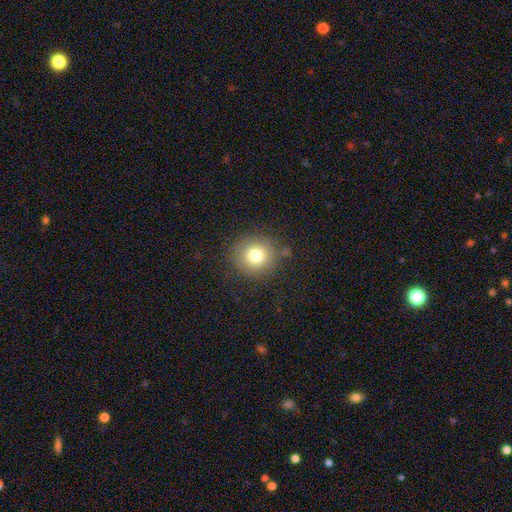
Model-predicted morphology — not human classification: smooth-or-featured: smooth: 77% | star or artifact: 13% | featured or disk: 10%
  how-rounded: round: 92% | in between: 7% | cigar-shaped: 1%
  merging: none: 84% | minor disturbance: 10% | major disturbance: 4% | merger: 2%